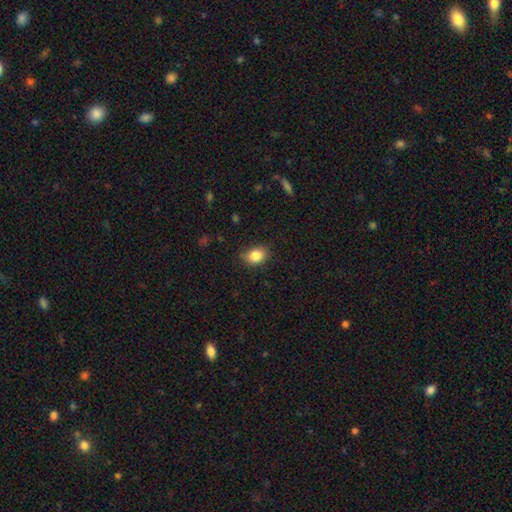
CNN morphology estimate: Smooth or featured?
  - smooth: 85% *
  - star or artifact: 9%
  - featured or disk: 6%
How rounded?
  - in between: 63% *
  - round: 35%
  - cigar-shaped: 1%
Merging?
  - none: 79% *
  - minor disturbance: 16%
  - major disturbance: 3%
  - merger: 1%